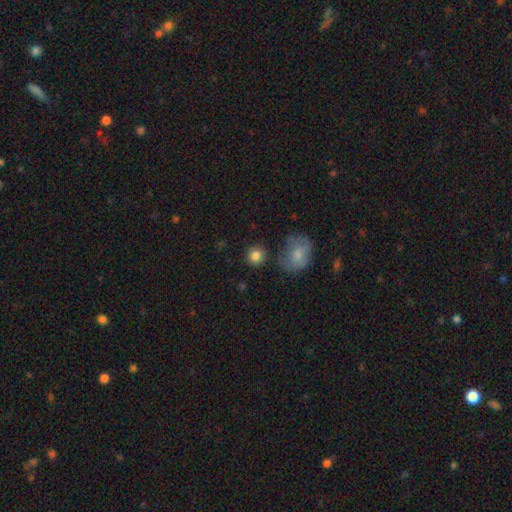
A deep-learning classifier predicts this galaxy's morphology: Overall: smooth (84%). How rounded: round (88%). Merging: none (80%).